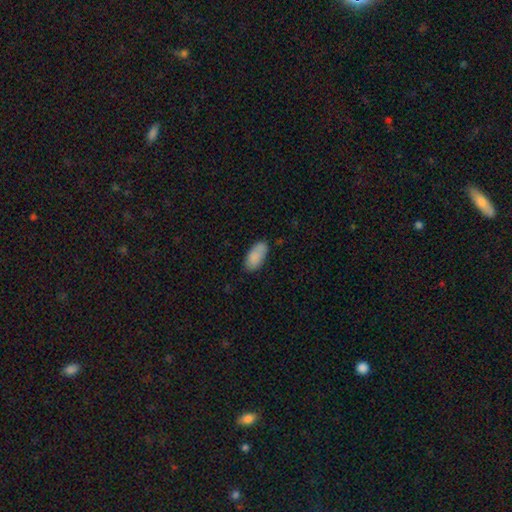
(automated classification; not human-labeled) Smooth or featured? smooth (87%)
How rounded? in between (92%)
Merging? none (77%)